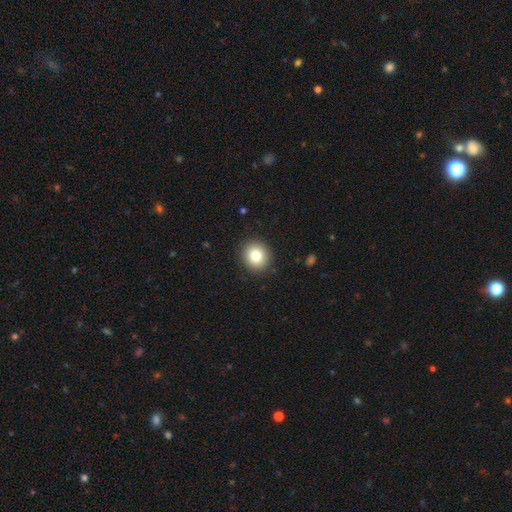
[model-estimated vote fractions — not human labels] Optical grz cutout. It shows a smooth galaxy with no disk features (82%) that is round (85%). Merging: none (90%).